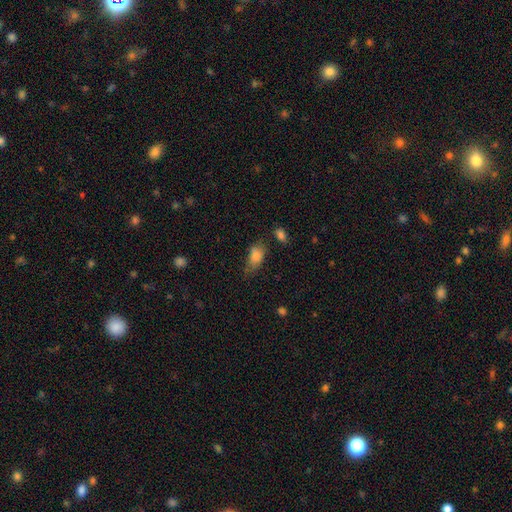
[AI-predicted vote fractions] Smooth or featured: smooth — 82% (featured or disk — 9%)
How rounded: in between — 88% (round — 7%)
Merging: none — 50% (minor disturbance — 34%)